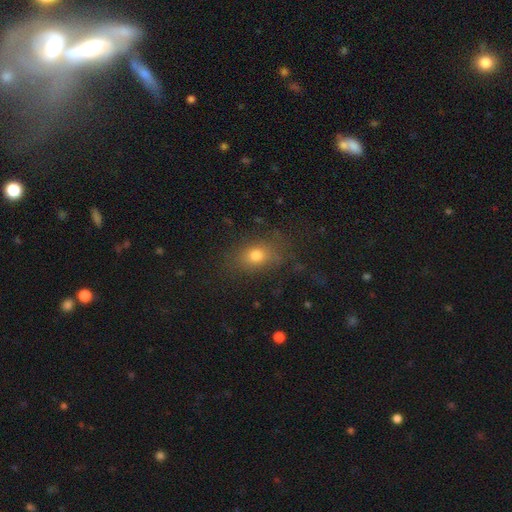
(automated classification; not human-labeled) Morphology: type=smooth (74%); roundness=in between (67%); merging=none (75%).